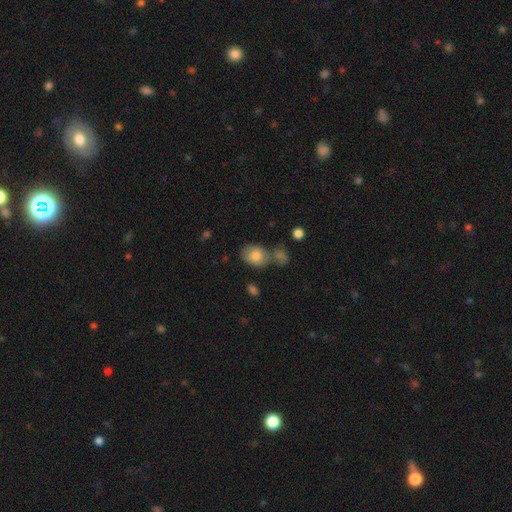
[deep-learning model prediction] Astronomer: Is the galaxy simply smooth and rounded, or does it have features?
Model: smooth — 80%.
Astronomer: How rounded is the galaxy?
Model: in between — 65%.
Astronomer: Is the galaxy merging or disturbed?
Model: none — 47% (runner-up: merger, 29%).